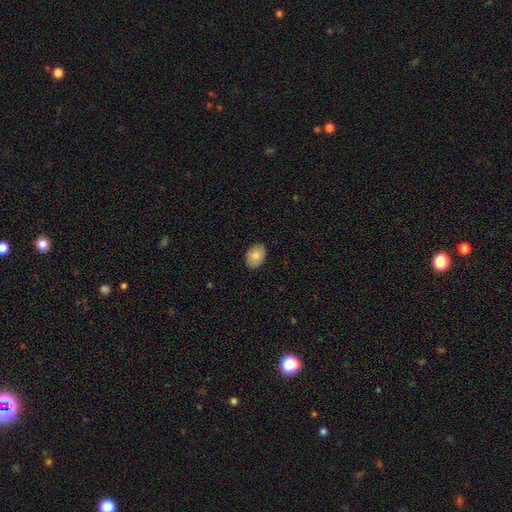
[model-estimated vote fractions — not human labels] Smooth or featured?
  - smooth: 84% *
  - featured or disk: 9%
  - star or artifact: 7%
How rounded?
  - in between: 77% *
  - round: 22%
  - cigar-shaped: 1%
Merging?
  - none: 87% *
  - minor disturbance: 10%
  - major disturbance: 2%
  - merger: 1%